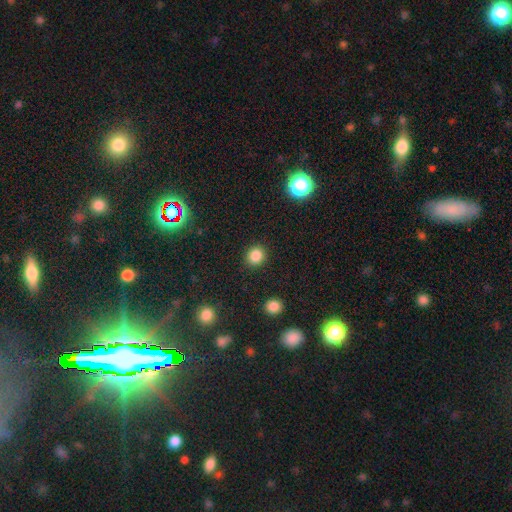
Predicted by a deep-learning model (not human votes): smooth_or_featured: smooth (p=0.85) [alt: star or artifact p=0.12]
how_rounded: round (p=0.81) [alt: in between p=0.18]
merging: none (p=0.90) [alt: minor disturbance p=0.06]